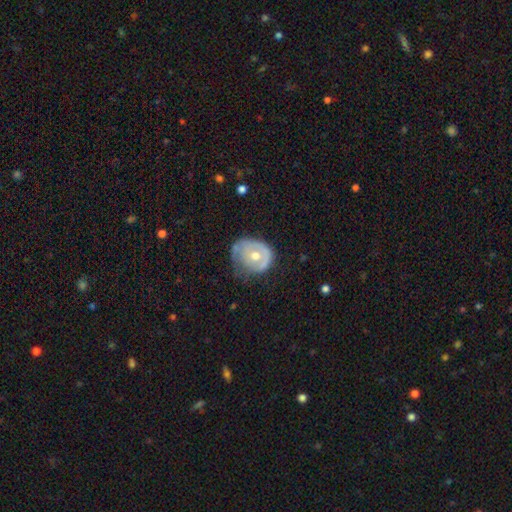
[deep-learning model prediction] smooth-or-featured: featured or disk: 56% | smooth: 38% | star or artifact: 6%
  disk-edge-on: no: 96% | yes: 4%
    bar: no: 87% | weak: 10% | strong: 3%
    has-spiral-arms: no: 59% | yes: 41%
    bulge-size: moderate: 69% | small: 26% | large: 3% | none: 1% | dominant: 1%
  merging: none: 41% | minor disturbance: 36% | major disturbance: 20% | merger: 2%